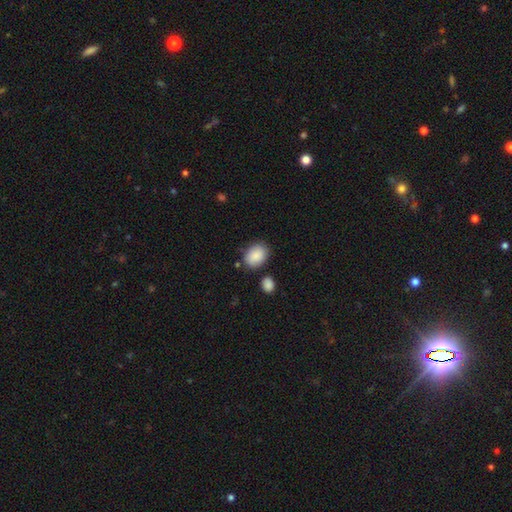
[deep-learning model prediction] Q: Smooth or featured?
A: smooth (89%); runner-up: star or artifact (7%)
Q: How rounded?
A: in between (73%); runner-up: round (26%)
Q: Merging?
A: none (75%); runner-up: minor disturbance (15%)